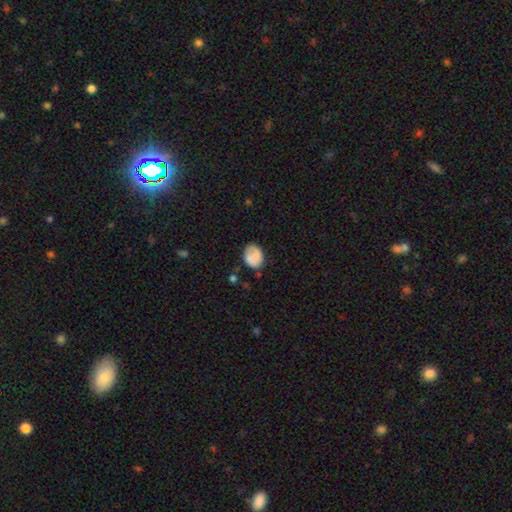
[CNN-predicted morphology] Smooth or featured? smooth (66%)
How rounded? in between (57%)
Merging? none (64%)